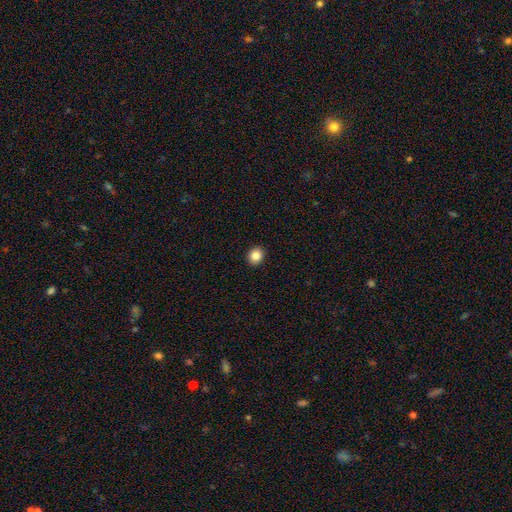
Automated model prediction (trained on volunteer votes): Smooth or featured: smooth — 85% (star or artifact — 10%)
How rounded: round — 74% (in between — 25%)
Merging: none — 93% (minor disturbance — 5%)